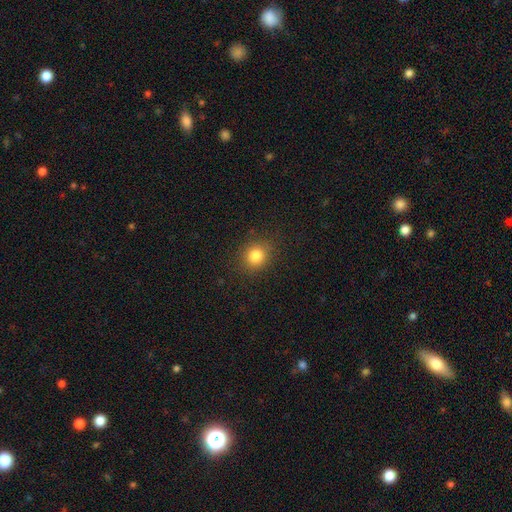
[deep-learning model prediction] smooth-or-featured: smooth: 82% | star or artifact: 12% | featured or disk: 6%
  how-rounded: round: 79% | in between: 20% | cigar-shaped: 1%
  merging: none: 86% | minor disturbance: 9% | major disturbance: 3% | merger: 1%